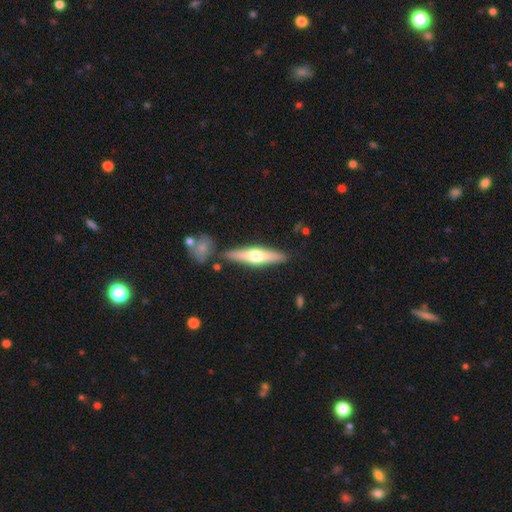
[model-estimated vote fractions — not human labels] Smooth or featured: featured or disk — 56% (smooth — 39%)
Edge-on disk: yes — 94% (no — 6%)
Edge-on bulge: rounded — 93% (boxy — 4%)
Merging: none — 86% (minor disturbance — 9%)